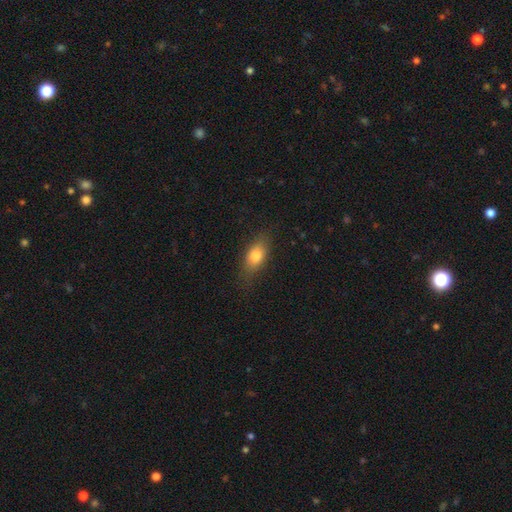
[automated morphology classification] smooth 78%, featured or disk 14%, star or artifact 8%. Down the decision tree: how rounded — in between (82%); merging — none (76%).